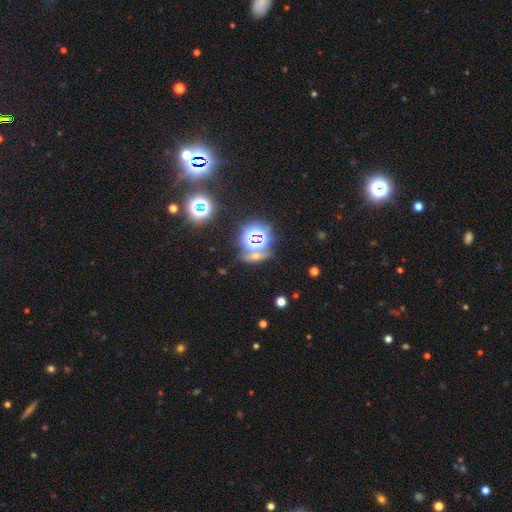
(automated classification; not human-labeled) Q: Smooth or featured?
A: star or artifact (53%); runner-up: smooth (31%)